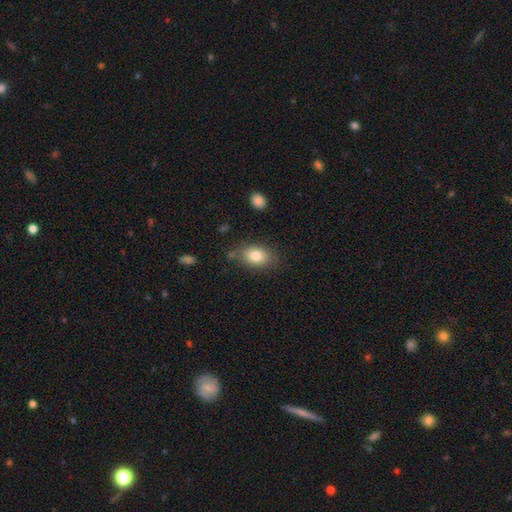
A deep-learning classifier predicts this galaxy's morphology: The model was most divided on "merging": none: 75%, minor disturbance: 17%, major disturbance: 4%, merger: 4%. More confident: how rounded — in between (81%); smooth or featured — smooth (81%).